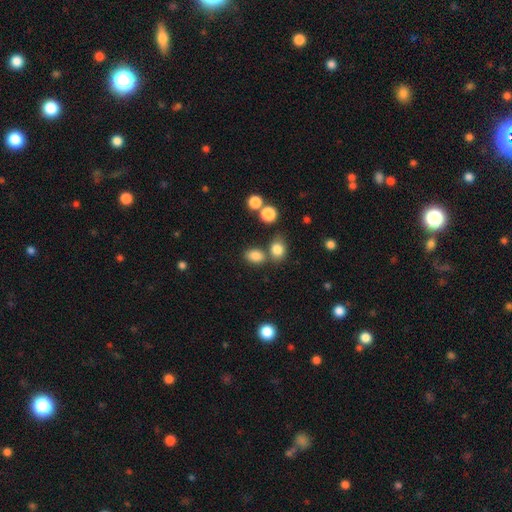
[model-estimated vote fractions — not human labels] smooth-or-featured: smooth: 83% | star or artifact: 12% | featured or disk: 6%
  how-rounded: in between: 73% | round: 26% | cigar-shaped: 1%
  merging: none: 61% | merger: 22% | minor disturbance: 12% | major disturbance: 4%